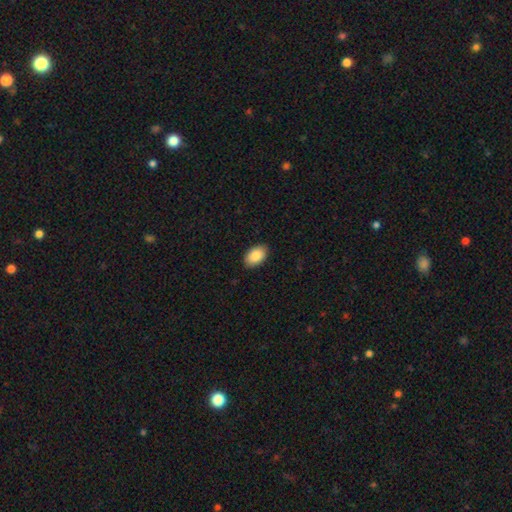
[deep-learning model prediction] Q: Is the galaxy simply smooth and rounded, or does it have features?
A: smooth — 88%.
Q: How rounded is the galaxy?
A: in between — 92%.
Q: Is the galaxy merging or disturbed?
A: none — 88%.